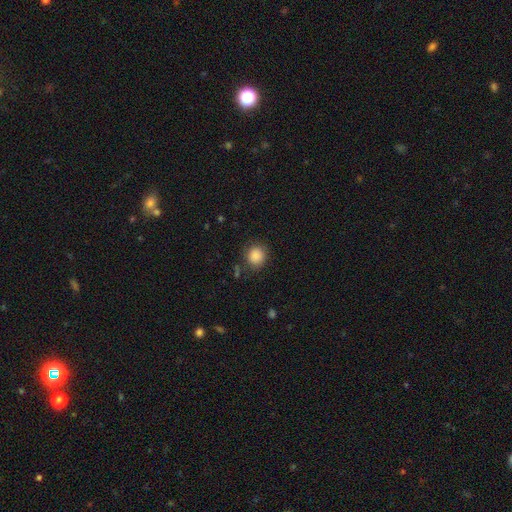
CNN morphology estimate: Smooth or featured? Predicted: smooth (p=0.87). How rounded? Predicted: round (p=0.85). Merging? Predicted: none (p=0.83).